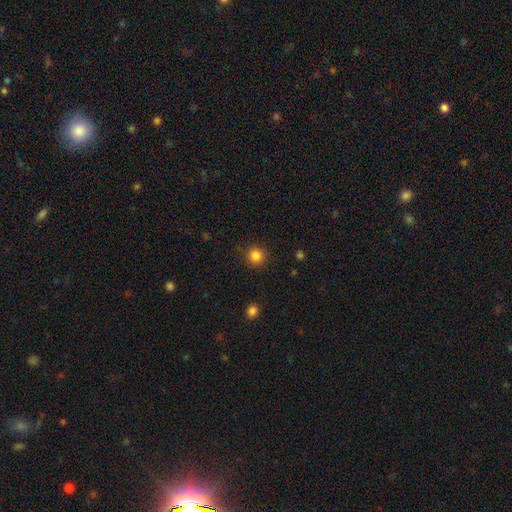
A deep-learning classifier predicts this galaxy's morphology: type=smooth (85%); roundness=round (94%); merging=none (90%).